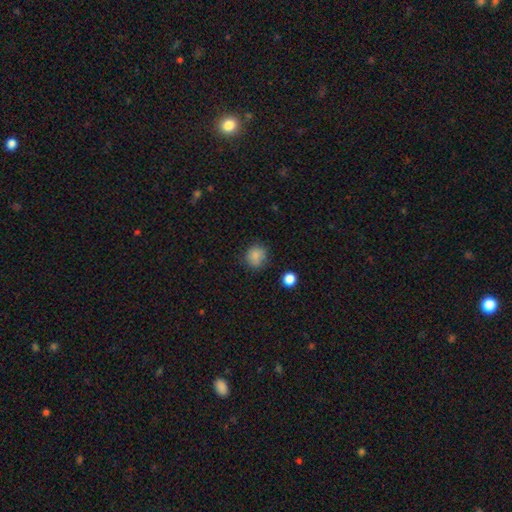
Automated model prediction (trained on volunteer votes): Smooth or featured? Predicted: smooth (p=0.84). How rounded? Predicted: round (p=0.84). Merging? Predicted: none (p=0.78).